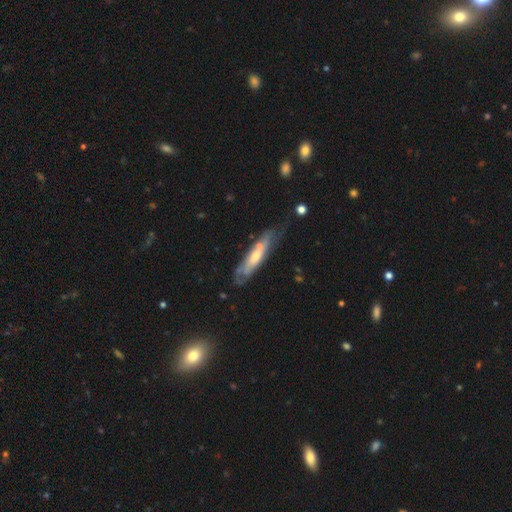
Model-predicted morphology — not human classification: A featured or disk galaxy (59%) viewed edge-on (51%).

Vote fractions:
- Smooth or featured? featured or disk: 59% / smooth: 35% / star or artifact: 5%
- Edge-on disk? yes: 51% / no: 49%
- Merging? none: 57% / minor disturbance: 26% / major disturbance: 11% / merger: 6%